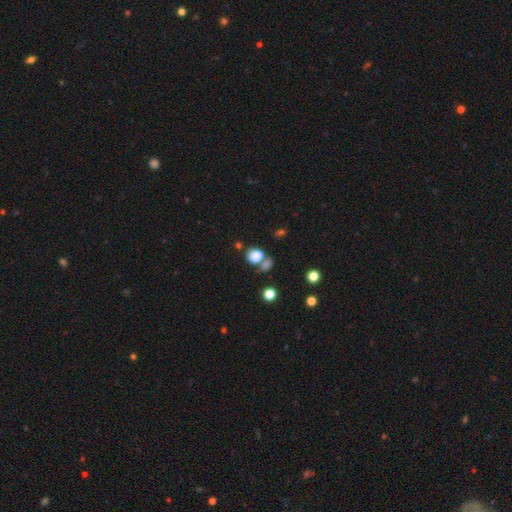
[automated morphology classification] A smooth galaxy with no disk features (81%) that is round (66%). Merging: none (50%).